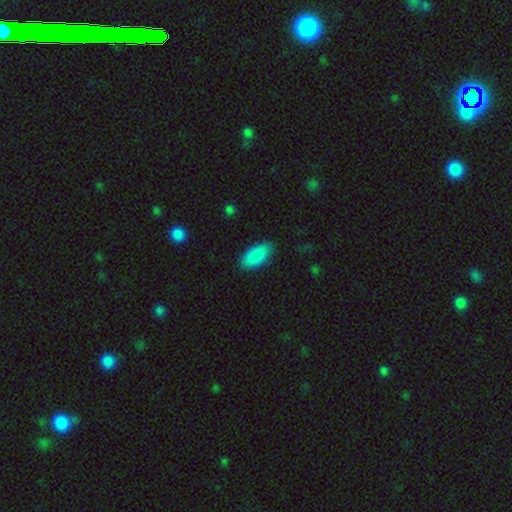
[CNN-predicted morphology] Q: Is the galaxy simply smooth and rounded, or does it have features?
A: smooth — 89%.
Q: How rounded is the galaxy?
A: in between — 92%.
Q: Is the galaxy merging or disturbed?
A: none — 85%.